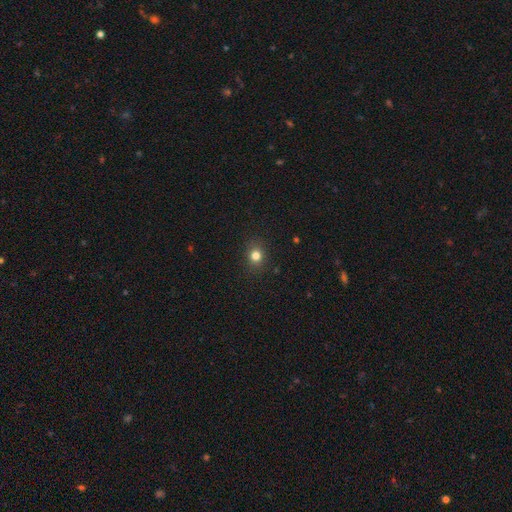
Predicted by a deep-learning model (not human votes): The model was most divided on "how rounded": round: 72%, in between: 27%, cigar-shaped: 1%. More confident: merging — none (89%); smooth or featured — smooth (79%).